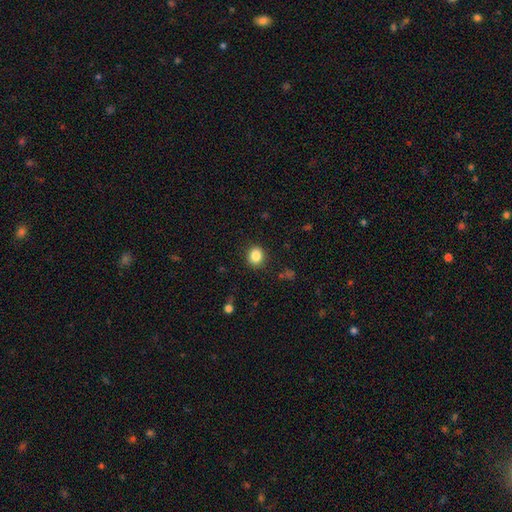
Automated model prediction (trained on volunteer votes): This is clearly a smooth galaxy (85%). How rounded: likely round (73%). Merging: clearly none (89%).